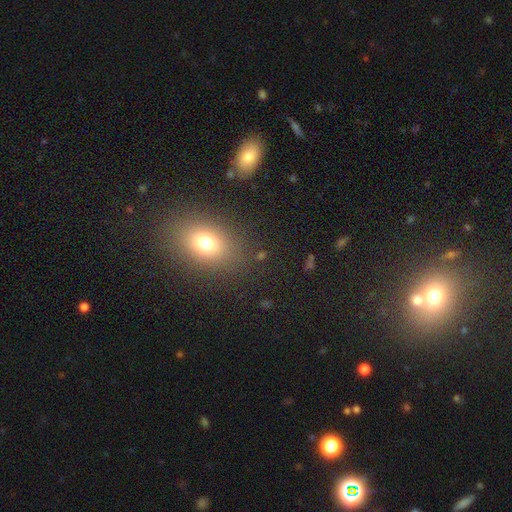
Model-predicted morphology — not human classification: Smooth or featured? Predicted: smooth (p=0.65). How rounded? Predicted: in between (p=0.70). Merging? Predicted: none (p=0.86).